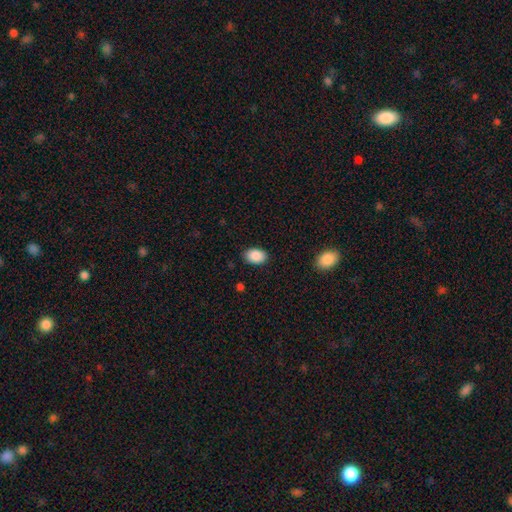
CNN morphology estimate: smooth_or_featured: smooth (p=0.89) [alt: star or artifact p=0.07]
how_rounded: in between (p=0.85) [alt: round p=0.14]
merging: none (p=0.87) [alt: minor disturbance p=0.09]